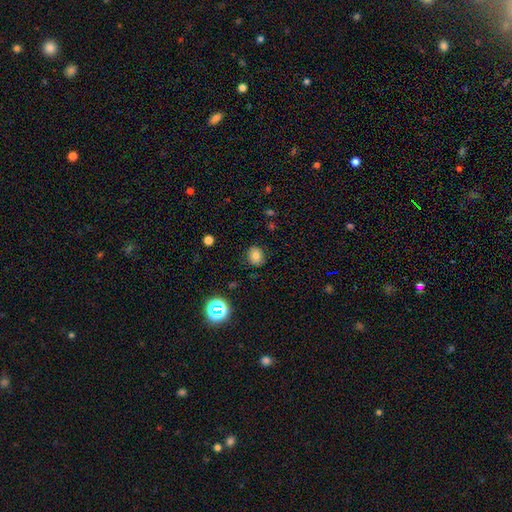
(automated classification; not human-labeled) Smooth or featured: smooth — 76% (star or artifact — 14%)
How rounded: round — 63% (in between — 36%)
Merging: none — 82% (minor disturbance — 13%)